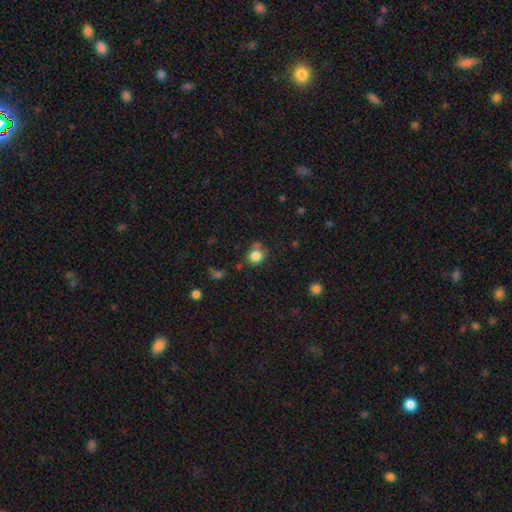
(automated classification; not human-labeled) This is clearly a smooth galaxy (82%). How rounded: likely round (74%). Merging: likely none (61%).